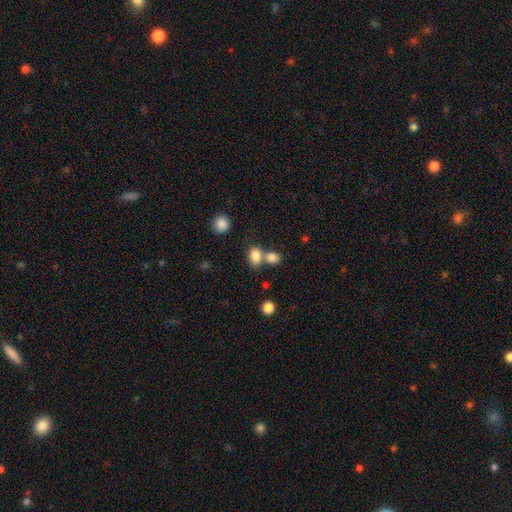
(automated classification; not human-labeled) Smooth or featured? Predicted: smooth (p=0.83). How rounded? Predicted: in between (p=0.63). Merging? Predicted: none (p=0.46).